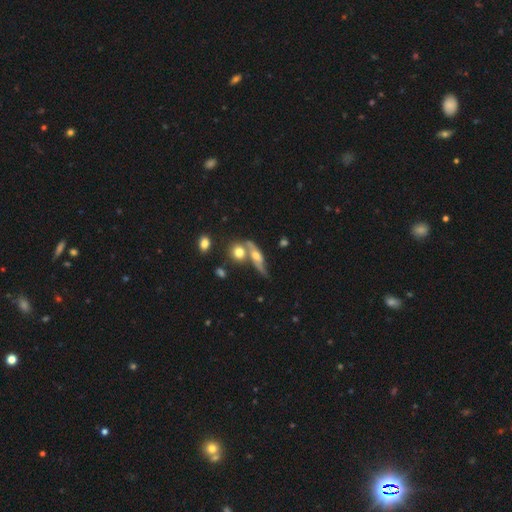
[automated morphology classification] Overall: featured or disk (59%; smooth 32%). Edge-on disk: yes (61%; no 39%). Merging: none (43%; merger 30%).